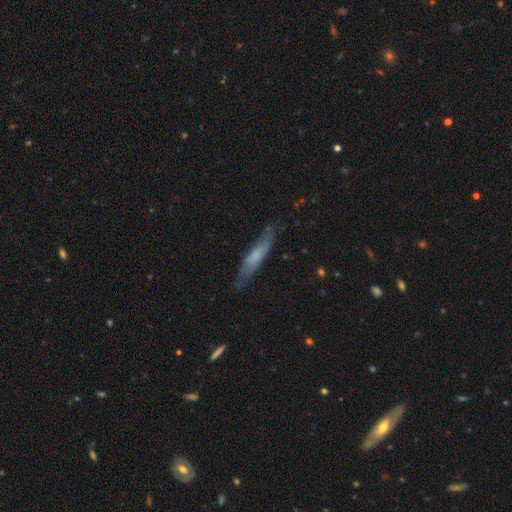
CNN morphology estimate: The model was most divided on "smooth or featured": smooth: 53%, featured or disk: 40%, star or artifact: 6%. More confident: how rounded — cigar-shaped (86%); merging — none (72%).